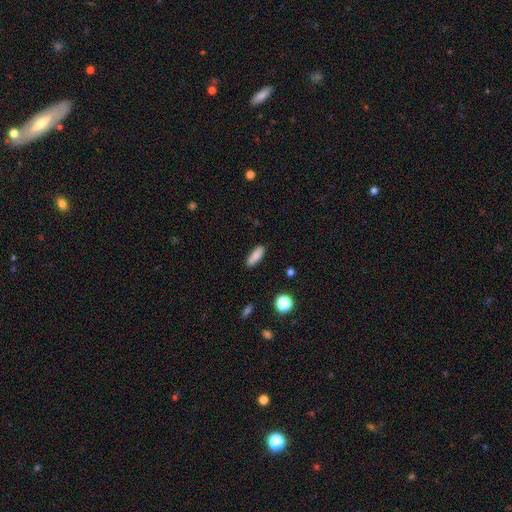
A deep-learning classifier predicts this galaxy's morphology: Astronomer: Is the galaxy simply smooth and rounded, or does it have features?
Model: smooth — 84%.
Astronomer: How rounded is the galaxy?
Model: in between — 59% (runner-up: cigar-shaped, 38%).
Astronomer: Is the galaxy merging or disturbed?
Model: none — 78%.